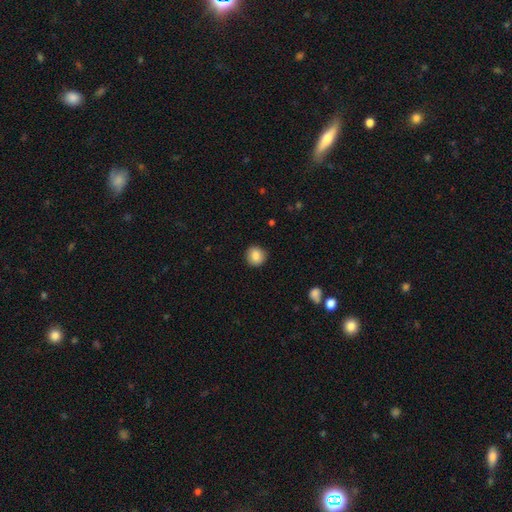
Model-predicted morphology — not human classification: Smooth or featured?
  - smooth: 86% *
  - star or artifact: 9%
  - featured or disk: 5%
How rounded?
  - round: 89% *
  - in between: 10%
  - cigar-shaped: 1%
Merging?
  - none: 89% *
  - minor disturbance: 8%
  - major disturbance: 2%
  - merger: 1%